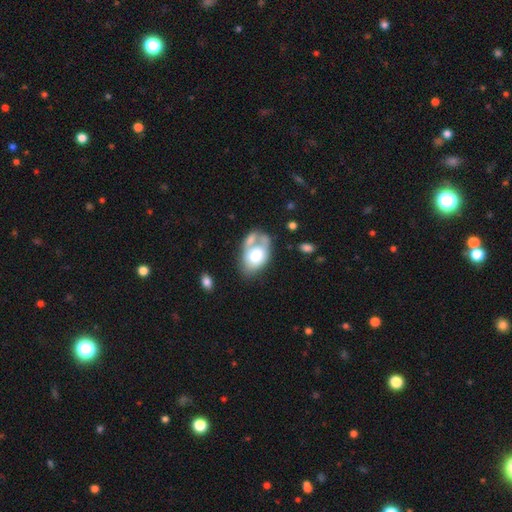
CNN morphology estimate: smooth-or-featured: smooth: 61% | featured or disk: 32% | star or artifact: 7%
  how-rounded: in between: 85% | round: 13% | cigar-shaped: 1%
  merging: merger: 36% | none: 29% | minor disturbance: 20% | major disturbance: 15%